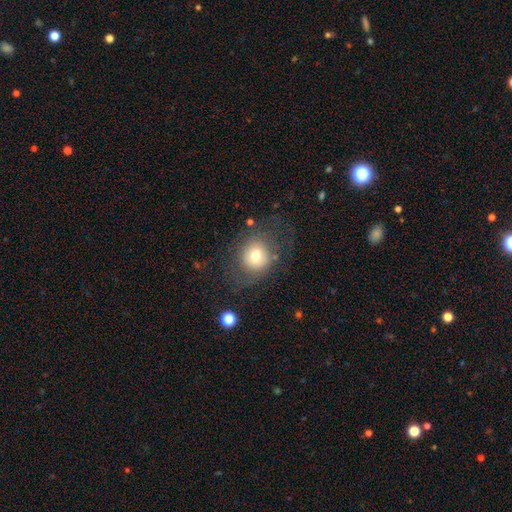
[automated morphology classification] smooth-or-featured: smooth: 69% | featured or disk: 19% | star or artifact: 11%
  how-rounded: round: 75% | in between: 24% | cigar-shaped: 1%
  merging: none: 62% | major disturbance: 18% | minor disturbance: 17% | merger: 3%